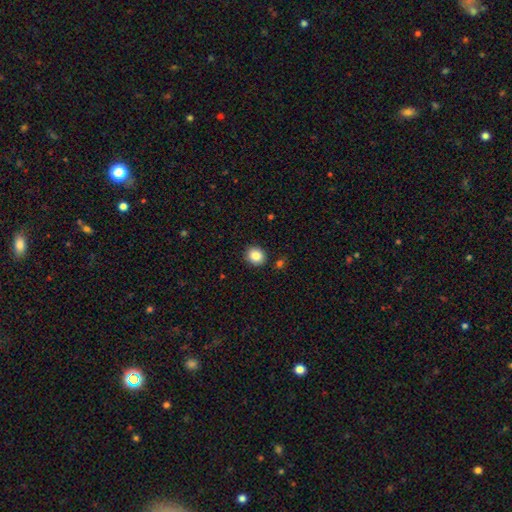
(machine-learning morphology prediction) Smooth or featured? Predicted: smooth (p=0.85). How rounded? Predicted: round (p=0.77). Merging? Predicted: none (p=0.89).